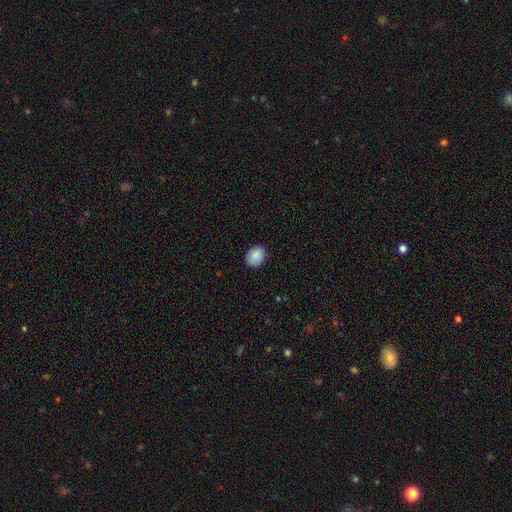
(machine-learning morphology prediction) smooth-or-featured: smooth: 88% | star or artifact: 7% | featured or disk: 5%
  how-rounded: in between: 54% | round: 45% | cigar-shaped: 1%
  merging: none: 84% | minor disturbance: 12% | major disturbance: 2% | merger: 1%